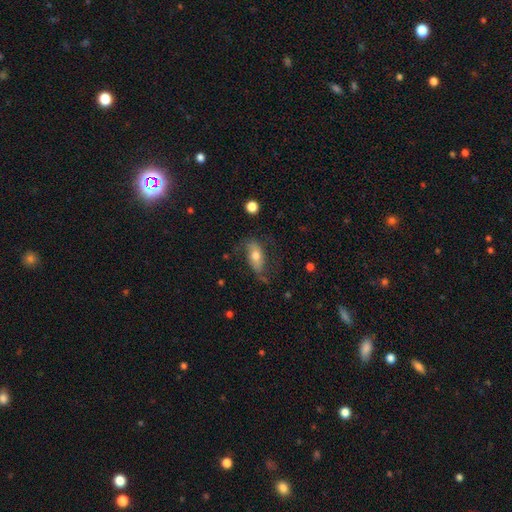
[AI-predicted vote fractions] A smooth galaxy with no disk features (52%) that is in between round and cigar-shaped (82%). Merging: none (56%).